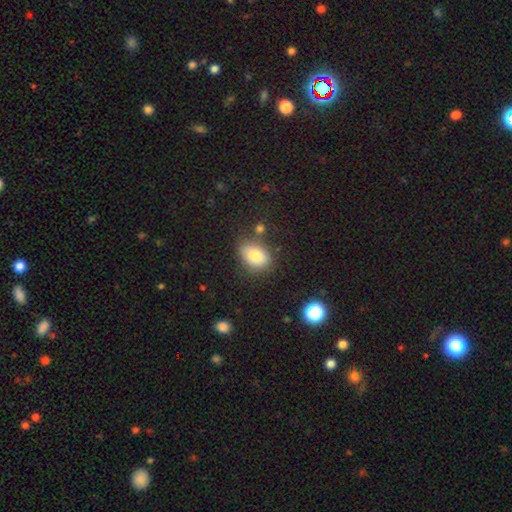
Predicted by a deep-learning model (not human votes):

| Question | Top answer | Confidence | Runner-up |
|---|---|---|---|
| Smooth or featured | smooth | 80% | featured or disk (11%) |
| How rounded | in between | 76% | round (23%) |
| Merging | none | 72% | minor disturbance (17%) |